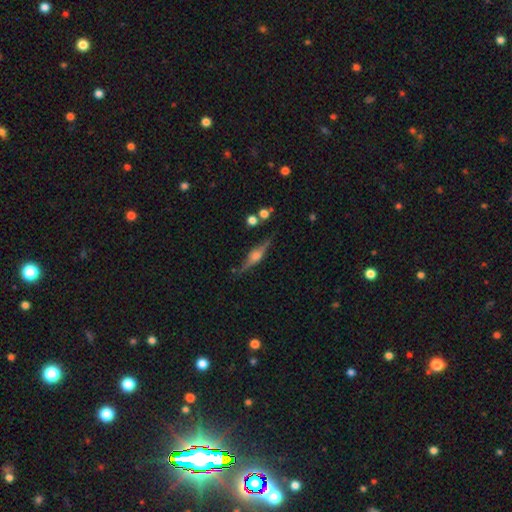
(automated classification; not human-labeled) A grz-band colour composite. It shows a featured or disk galaxy (76%) viewed edge-on (97%) with a rounded central bulge (89%). Merging: none (82%).